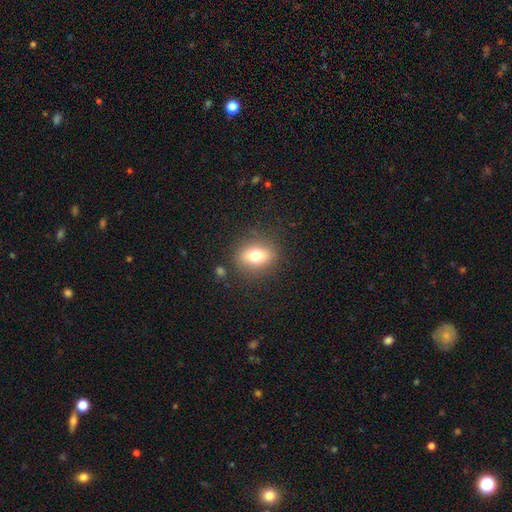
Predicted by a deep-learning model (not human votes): Q: Smooth or featured?
A: smooth (71%); runner-up: featured or disk (18%)
Q: How rounded?
A: in between (57%); runner-up: round (41%)
Q: Merging?
A: none (84%); runner-up: minor disturbance (10%)